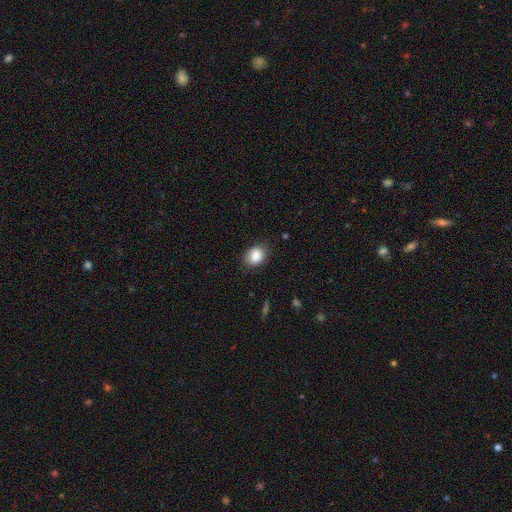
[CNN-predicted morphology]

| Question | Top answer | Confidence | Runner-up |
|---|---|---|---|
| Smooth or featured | smooth | 87% | star or artifact (8%) |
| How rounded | in between | 65% | round (34%) |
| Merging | none | 79% | minor disturbance (16%) |